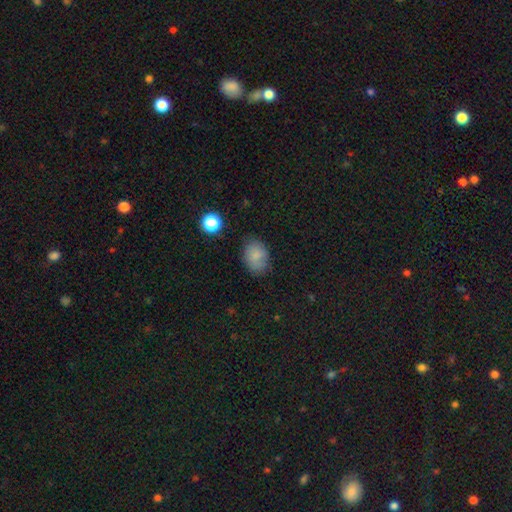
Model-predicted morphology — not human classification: This appears to be a smooth galaxy with no disk features (80%) that is in between round and cigar-shaped (72%). Merging: none (73%).